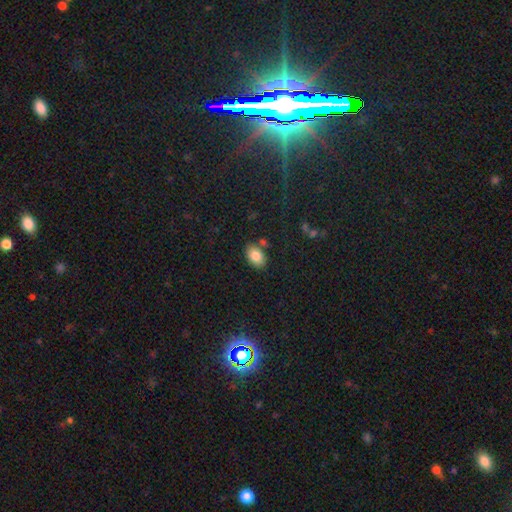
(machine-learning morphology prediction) The model was most divided on "merging": none: 78%, minor disturbance: 12%, merger: 7%, major disturbance: 3%. More confident: how rounded — in between (87%); smooth or featured — smooth (82%).